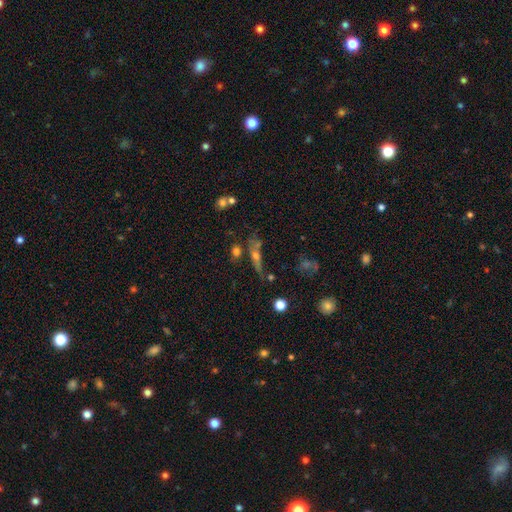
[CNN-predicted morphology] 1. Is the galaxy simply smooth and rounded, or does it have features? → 46% featured or disk, 37% smooth, 17% star or artifact.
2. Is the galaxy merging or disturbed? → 54% none, 18% merger, 17% minor disturbance, 10% major disturbance.